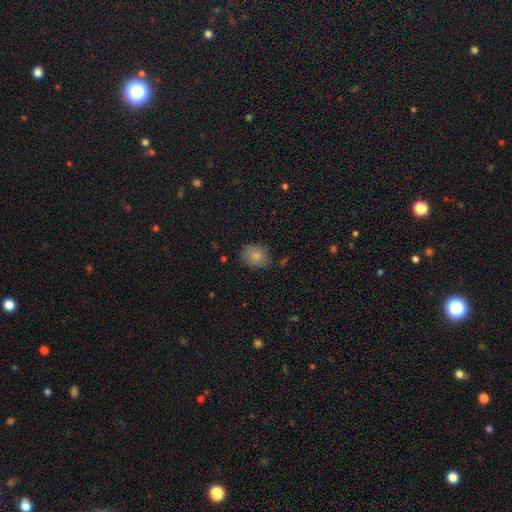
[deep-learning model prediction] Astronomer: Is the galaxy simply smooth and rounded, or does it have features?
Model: smooth — 81%.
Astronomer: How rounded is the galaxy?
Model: round — 53% (runner-up: in between, 46%).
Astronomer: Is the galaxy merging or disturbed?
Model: none — 75%.